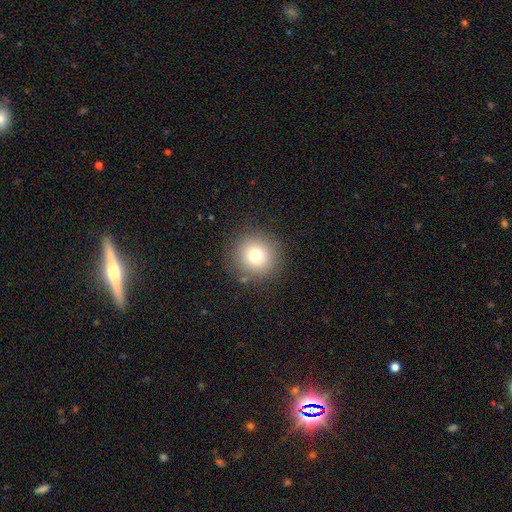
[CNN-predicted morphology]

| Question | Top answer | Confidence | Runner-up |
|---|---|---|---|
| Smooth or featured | smooth | 75% | star or artifact (14%) |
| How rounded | round | 94% | in between (5%) |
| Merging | none | 88% | minor disturbance (8%) |